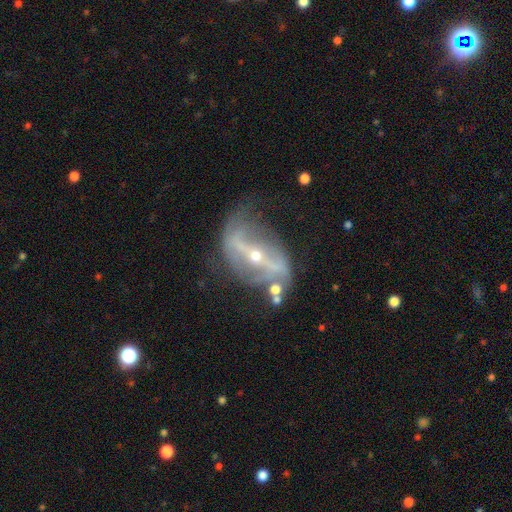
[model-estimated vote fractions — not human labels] Smooth or featured?
  - featured or disk: 84% *
  - smooth: 8%
  - star or artifact: 8%
Edge-on disk?
  - no: 89% *
  - yes: 11%
Bar?
  - strong: 73% *
  - weak: 16%
  - no: 11%
Spiral arms?
  - yes: 73% *
  - no: 27%
Spiral winding?
  - loose: 55% *
  - medium: 29%
  - tight: 15%
Spiral arm count?
  - 2: 79% *
  - can't tell: 12%
  - 1: 4%
  - 3: 2%
  - 4: 1%
  - more than 4: 1%
Bulge size?
  - small: 67% *
  - moderate: 30%
  - large: 1%
  - dominant: 1%
  - none: 1%
Merging?
  - none: 45% *
  - minor disturbance: 25%
  - major disturbance: 22%
  - merger: 8%